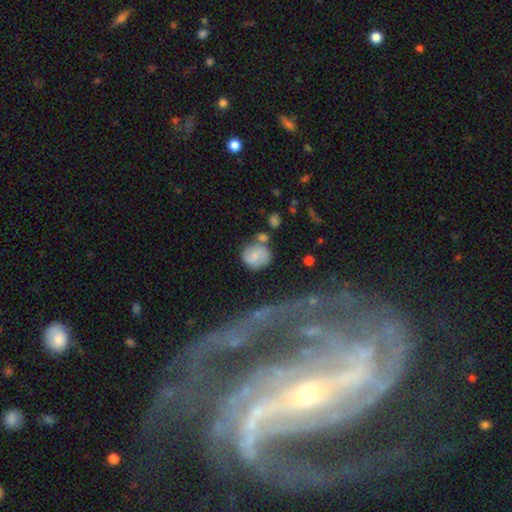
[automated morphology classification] This appears to be a smooth galaxy with no disk features (69%) that is round (76%). Merging: none (59%).